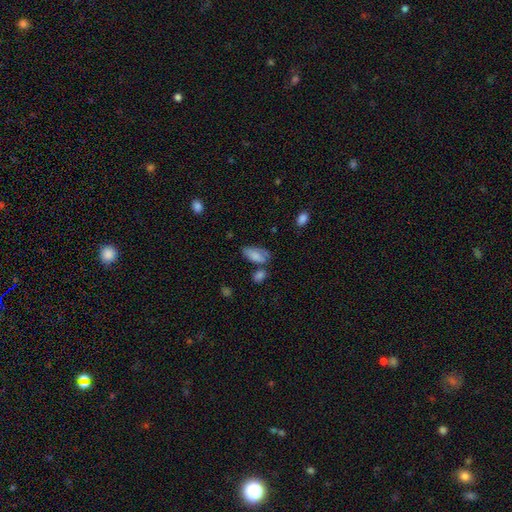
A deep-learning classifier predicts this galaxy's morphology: smooth_or_featured: smooth (p=0.78) [alt: featured or disk p=0.14]
how_rounded: in between (p=0.90) [alt: cigar-shaped p=0.06]
merging: none (p=0.48) [alt: minor disturbance p=0.26]